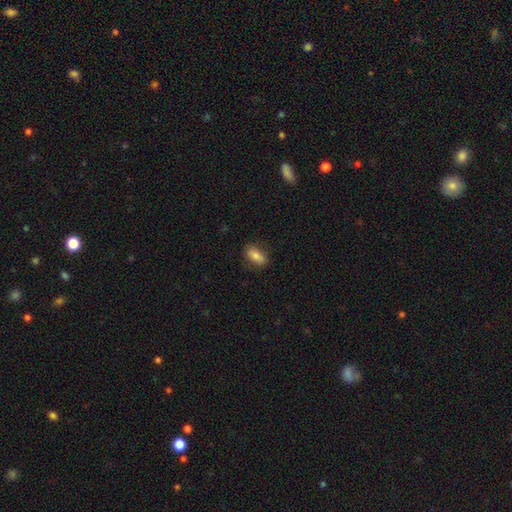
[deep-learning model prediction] This appears to be a smooth galaxy with no disk features (79%) that is in between round and cigar-shaped (85%). Merging: none (82%).